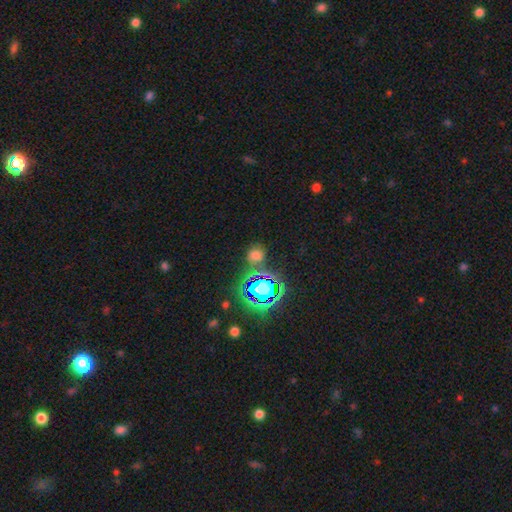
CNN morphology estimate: Q: Smooth or featured?
A: smooth (53%); runner-up: star or artifact (39%)
Q: How rounded?
A: round (74%); runner-up: in between (24%)
Q: Merging?
A: none (71%); runner-up: minor disturbance (14%)